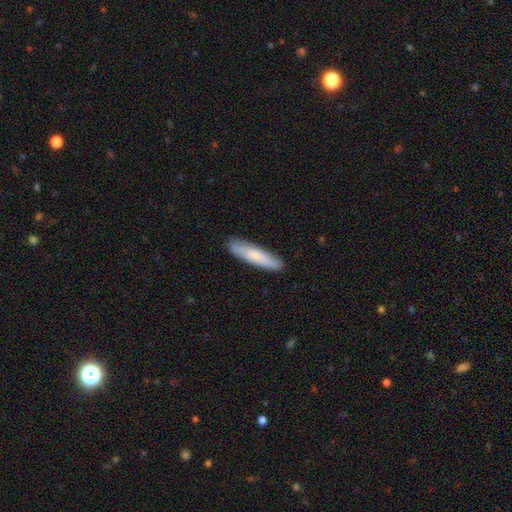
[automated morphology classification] A smooth galaxy with no disk features (72%) that is cigar-shaped (84%).

Vote fractions:
- Smooth or featured? smooth: 72% / featured or disk: 23% / star or artifact: 6%
- How rounded? cigar-shaped: 84% / in between: 15% / round: 1%
- Merging? none: 87% / minor disturbance: 10% / major disturbance: 2% / merger: 1%